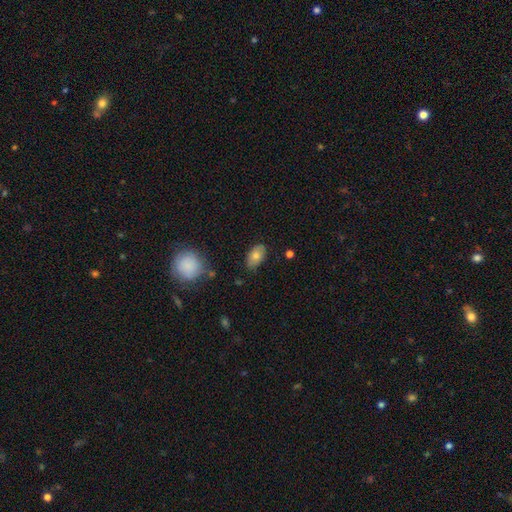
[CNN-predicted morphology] Q: Smooth or featured?
A: smooth (75%); runner-up: featured or disk (17%)
Q: How rounded?
A: in between (90%); runner-up: round (8%)
Q: Merging?
A: none (78%); runner-up: minor disturbance (16%)